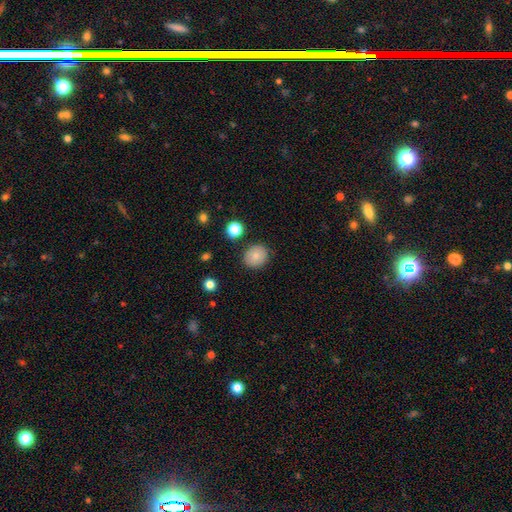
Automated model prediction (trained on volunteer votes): The model was most divided on "how rounded": round: 73%, in between: 26%, cigar-shaped: 1%. More confident: merging — none (86%); smooth or featured — smooth (81%).